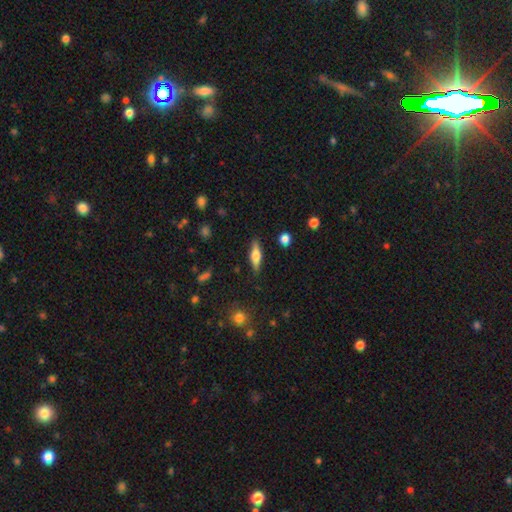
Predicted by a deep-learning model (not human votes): This is possibly a featured or disk galaxy (50%). Merging: clearly none (87%).